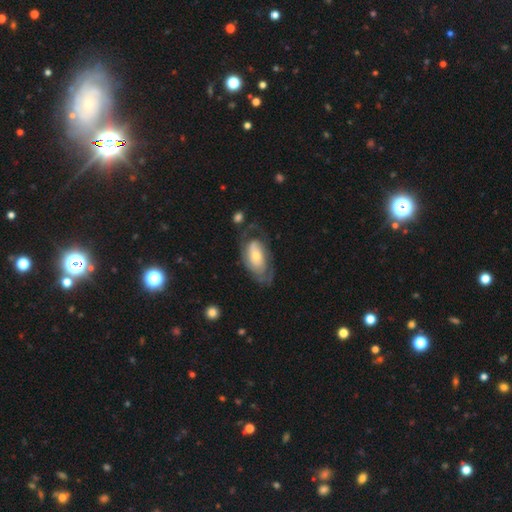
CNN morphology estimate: Overall: featured or disk (68%). Edge-on disk: no (93%). Bar: no (73%). Spiral arms: yes (80%). Spiral arm count: can't tell (41%; 2 37%). Spiral winding: tight (59%; medium 28%). Bulge size: small (45%, tied with moderate). Merging: none (55%; minor disturbance 22%).